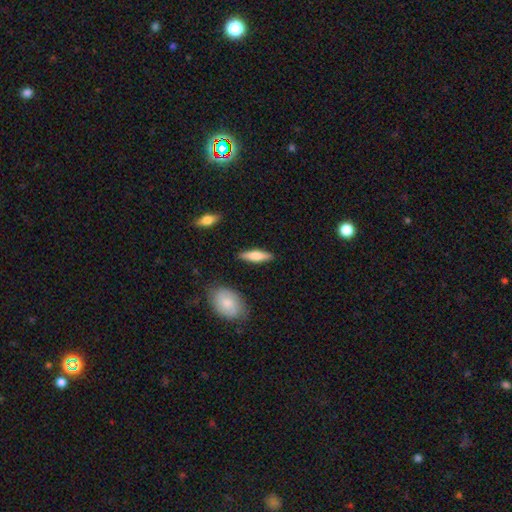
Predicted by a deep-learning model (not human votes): This is likely a smooth galaxy (65%). How rounded: likely cigar-shaped (61%). Merging: clearly none (87%).